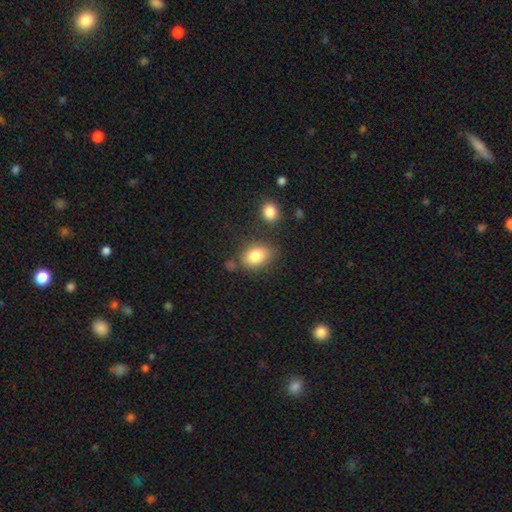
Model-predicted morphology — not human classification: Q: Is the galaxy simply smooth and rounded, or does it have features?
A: smooth — 83%.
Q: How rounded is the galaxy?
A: in between — 72%.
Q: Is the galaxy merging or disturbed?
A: none — 68%.